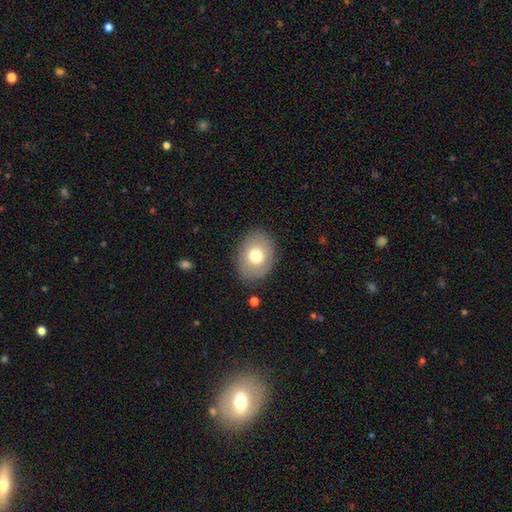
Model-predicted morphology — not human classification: Smooth or featured: smooth — 72% (featured or disk — 20%)
How rounded: in between — 65% (round — 35%)
Merging: none — 85% (minor disturbance — 10%)